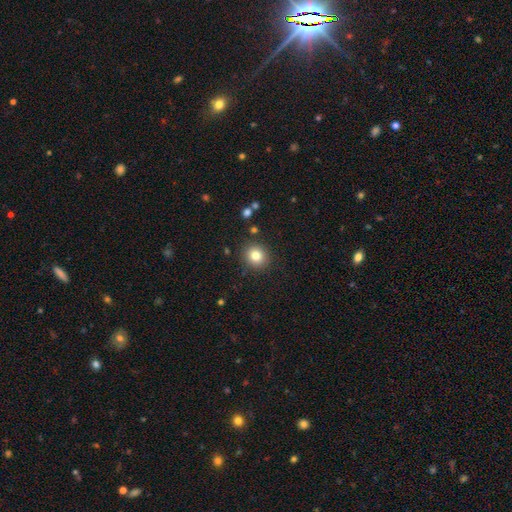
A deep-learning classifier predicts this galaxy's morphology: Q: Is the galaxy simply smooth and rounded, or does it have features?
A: smooth — 81%.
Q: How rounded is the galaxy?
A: round — 87%.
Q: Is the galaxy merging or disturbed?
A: none — 89%.